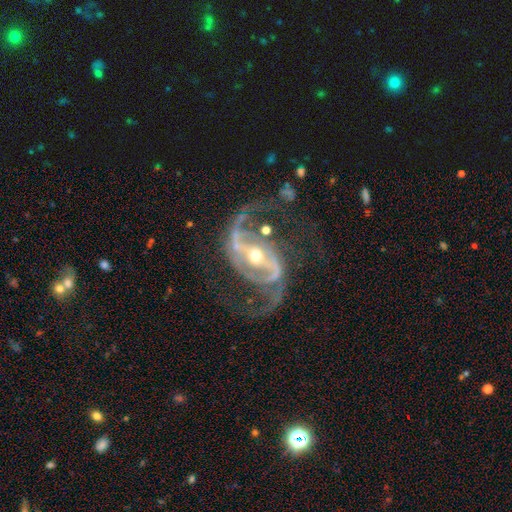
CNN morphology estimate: Smooth or featured? featured or disk (93%)
Edge-on disk? no (97%)
Bar? strong (61%)
Spiral arms? yes (98%)
Spiral winding? medium (50%)
Spiral arm count? 2 (91%)
Bulge size? moderate (59%)
Merging? none (70%)